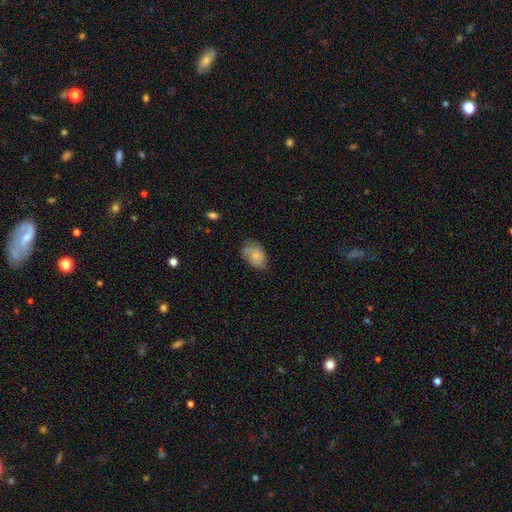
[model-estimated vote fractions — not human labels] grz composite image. It shows a smooth galaxy with no disk features (75%) that is in between round and cigar-shaped (86%). Merging: none (53%).